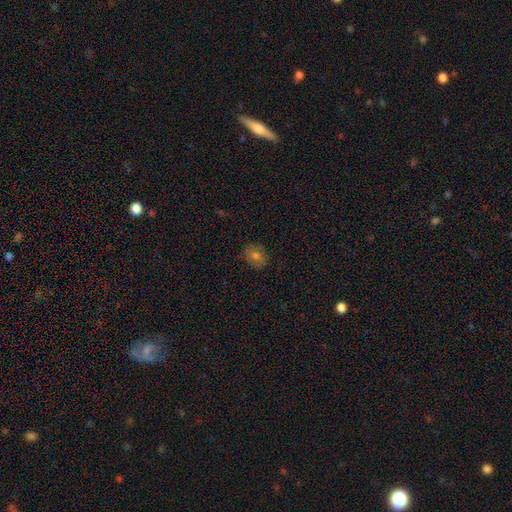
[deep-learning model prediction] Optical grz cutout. It shows a smooth galaxy with no disk features (65%) that is round (63%). Merging: none (84%).